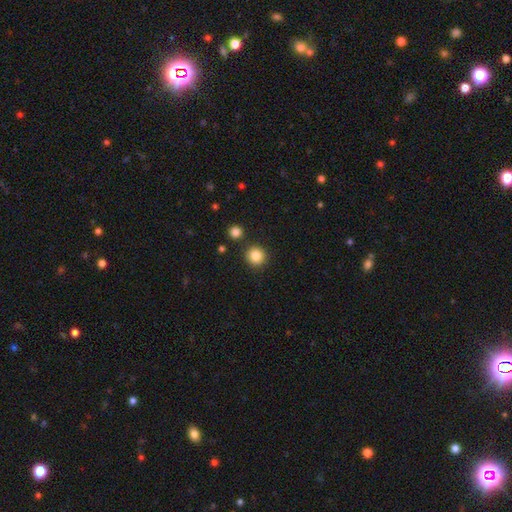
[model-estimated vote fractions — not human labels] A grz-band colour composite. It shows a smooth galaxy with no disk features (86%) that is round (94%). Merging: none (89%).